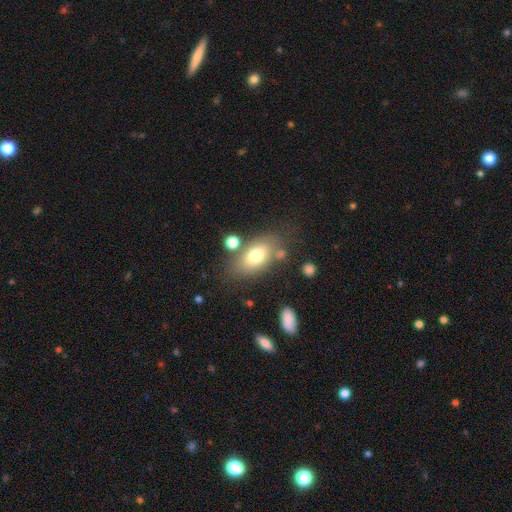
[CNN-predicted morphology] This appears to be a smooth galaxy with no disk features (72%) that is in between round and cigar-shaped (87%). Merging: none (65%).